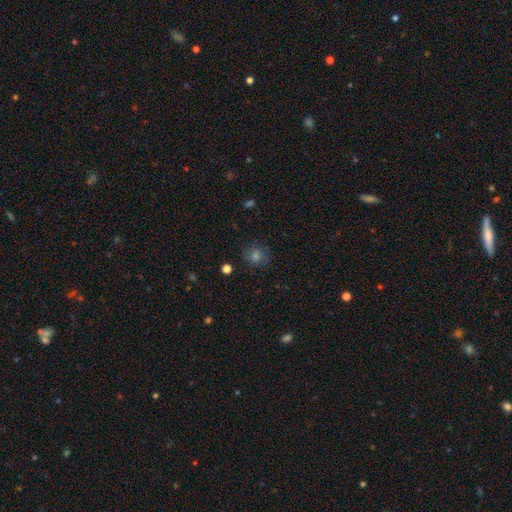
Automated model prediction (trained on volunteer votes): The model was most divided on "smooth or featured": smooth: 61%, star or artifact: 26%, featured or disk: 13%. More confident: merging — none (82%); how rounded — round (80%).